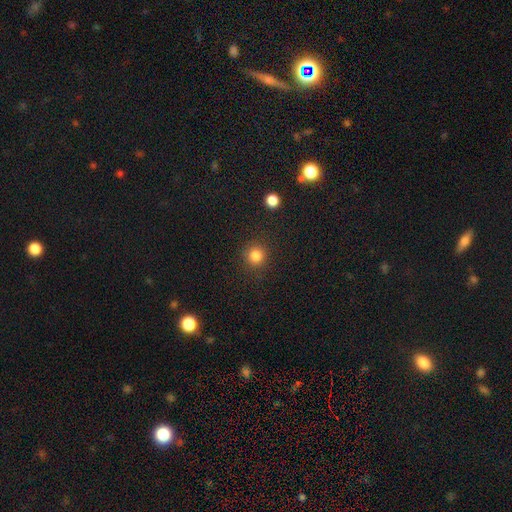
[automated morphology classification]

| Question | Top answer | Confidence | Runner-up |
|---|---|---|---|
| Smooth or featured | smooth | 84% | star or artifact (12%) |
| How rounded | round | 93% | in between (6%) |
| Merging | none | 89% | minor disturbance (7%) |